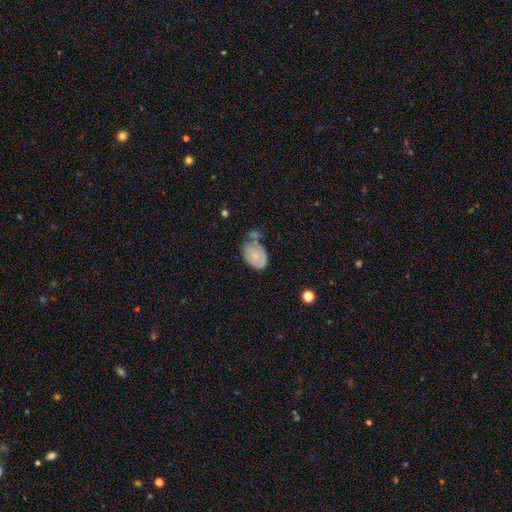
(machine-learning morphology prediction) This appears to be a smooth galaxy with no disk features (65%) that is in between round and cigar-shaped (82%). Merging: none (45%).